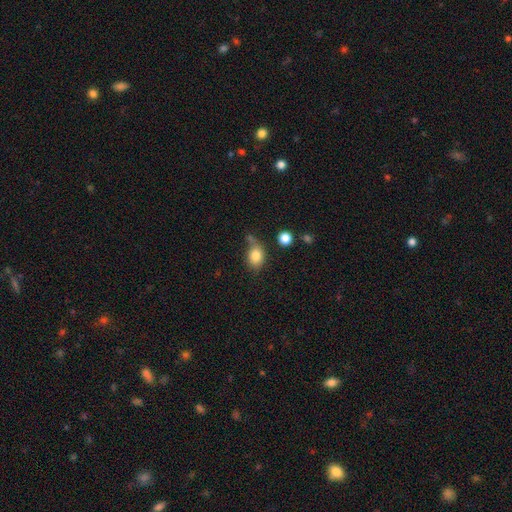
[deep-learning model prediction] The model was most divided on "how rounded": in between: 54%, round: 45%, cigar-shaped: 1%. More confident: smooth or featured — smooth (82%); merging — none (54%).